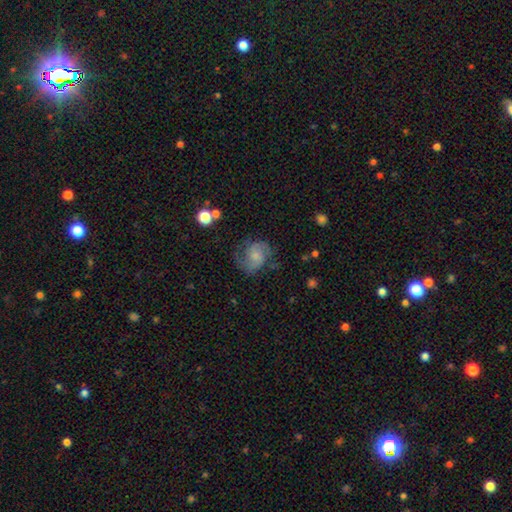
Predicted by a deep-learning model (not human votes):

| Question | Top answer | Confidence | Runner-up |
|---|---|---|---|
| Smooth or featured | featured or disk | 68% | smooth (24%) |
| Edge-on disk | no | 98% | yes (2%) |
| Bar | no | 67% | weak (29%) |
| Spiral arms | yes | 92% | no (8%) |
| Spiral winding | medium | 50% | tight (26%) |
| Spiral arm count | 2 | 81% | can't tell (9%) |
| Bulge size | small | 49% | moderate (25%) |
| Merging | none | 62% | minor disturbance (21%) |